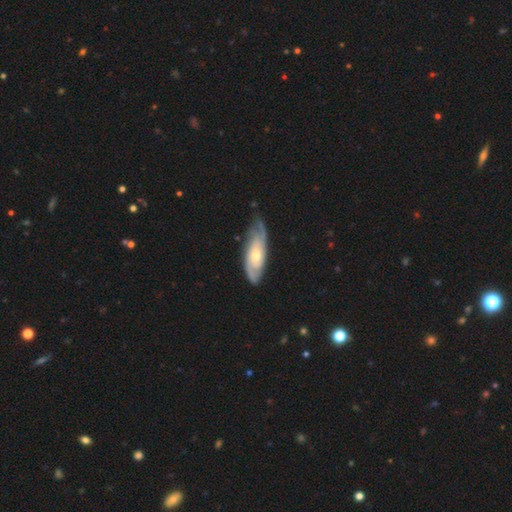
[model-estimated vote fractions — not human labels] This is likely a featured or disk galaxy (78%). It is clearly not viewed edge-on (88%). Bar: likely no (69%). Spiral arm pattern: clearly yes (94%). Spiral arm count: possibly 2 (57%). Spiral winding: possibly tight (57%). Central bulge: possibly moderate (53%). Merging: likely none (72%).